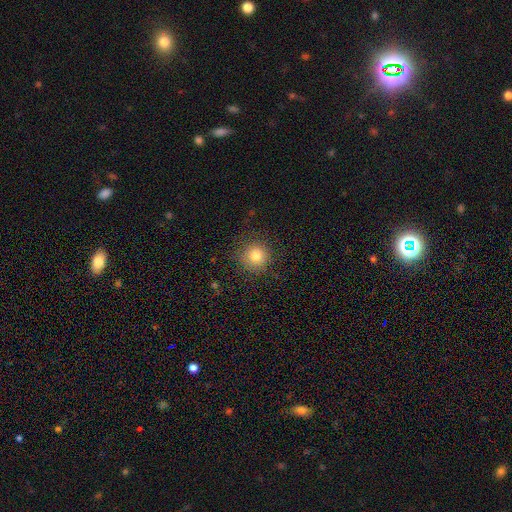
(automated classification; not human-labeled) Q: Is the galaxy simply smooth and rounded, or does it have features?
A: smooth — 80%.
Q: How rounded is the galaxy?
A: round — 94%.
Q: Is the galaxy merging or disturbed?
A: none — 86%.